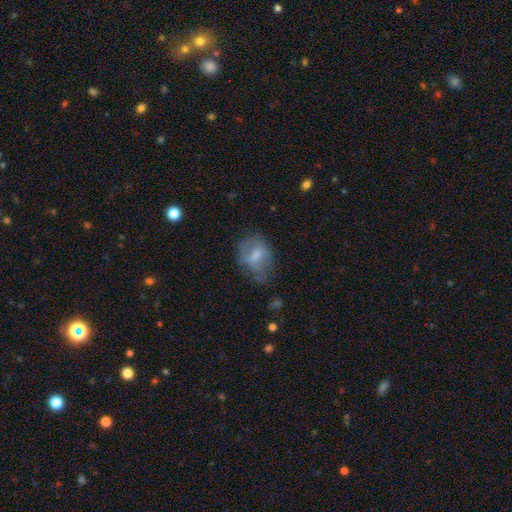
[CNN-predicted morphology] smooth 57%, featured or disk 33%, star or artifact 10%. Down the decision tree: how rounded — in between (69%); merging — none (45%).